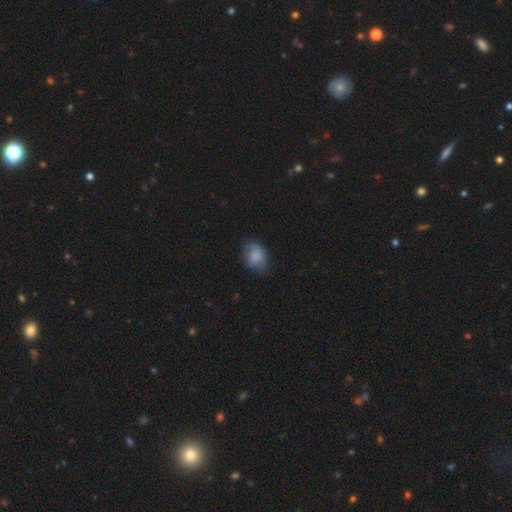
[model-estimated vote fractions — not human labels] This appears to be a smooth galaxy with no disk features (79%) that is in between round and cigar-shaped (58%). Merging: none (60%).